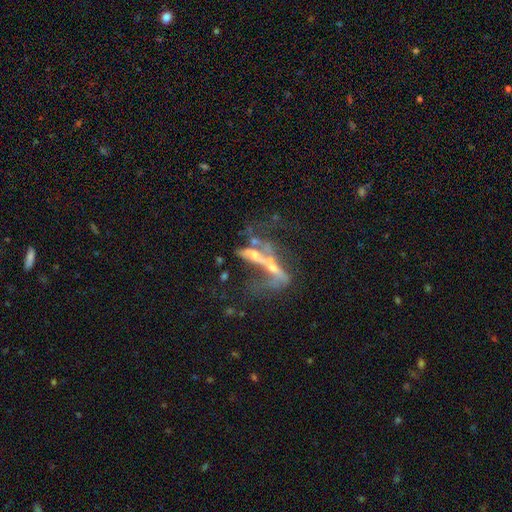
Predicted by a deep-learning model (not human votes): smooth_or_featured: featured or disk (p=0.67) [alt: smooth p=0.18]
disk_edge_on: no (p=0.65) [alt: yes p=0.35]
merging: merger (p=0.50) [alt: major disturbance p=0.24]